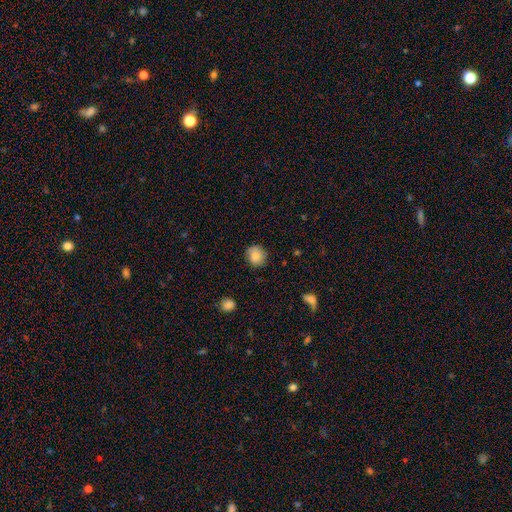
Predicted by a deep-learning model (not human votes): Smooth or featured? smooth (82%)
How rounded? round (83%)
Merging? none (81%)